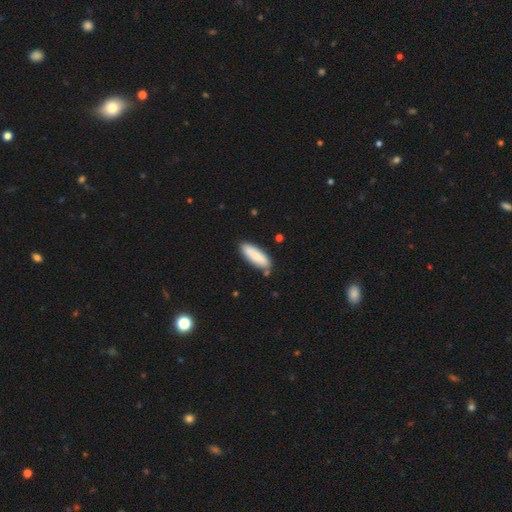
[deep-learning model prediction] smooth-or-featured: smooth: 82% | featured or disk: 12% | star or artifact: 6%
  how-rounded: in between: 58% | cigar-shaped: 40% | round: 1%
  merging: none: 77% | minor disturbance: 15% | merger: 5% | major disturbance: 3%